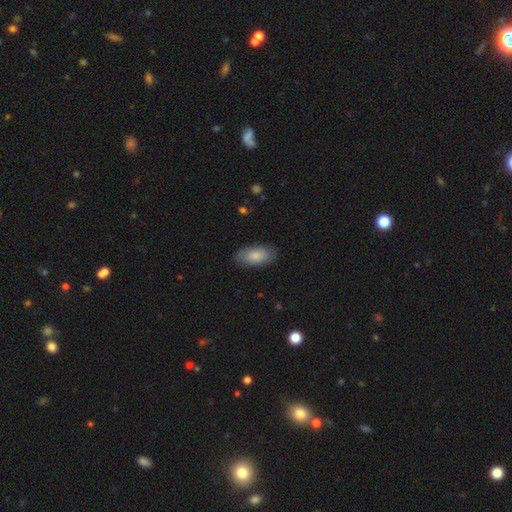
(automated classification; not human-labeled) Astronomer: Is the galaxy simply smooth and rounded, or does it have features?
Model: smooth — 84%.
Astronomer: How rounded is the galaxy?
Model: in between — 93%.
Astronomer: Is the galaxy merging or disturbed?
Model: none — 85%.